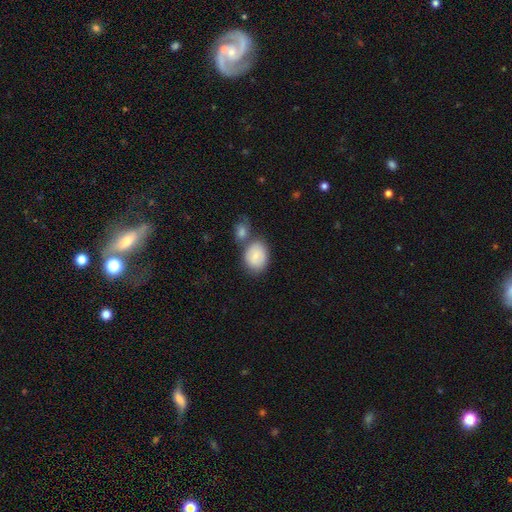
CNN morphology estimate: Smooth or featured? Predicted: smooth (p=0.79). How rounded? Predicted: in between (p=0.59). Merging? Predicted: none (p=0.45).